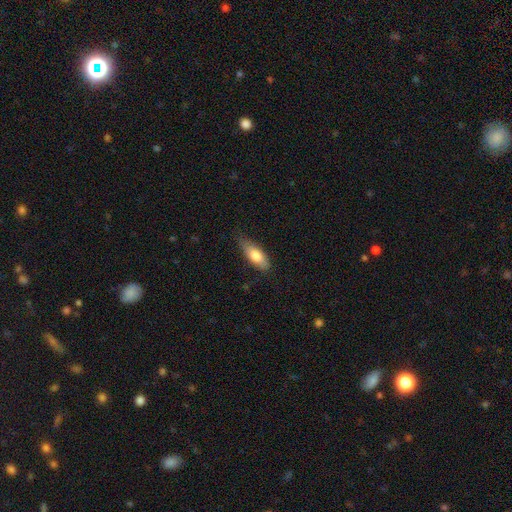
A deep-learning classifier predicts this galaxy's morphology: Smooth or featured? smooth (76%)
How rounded? in between (74%)
Merging? none (70%)